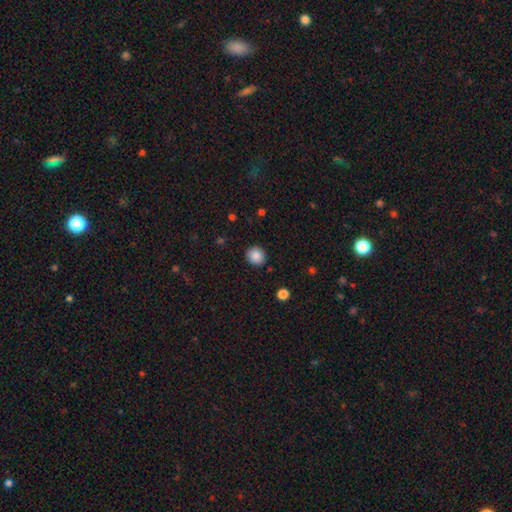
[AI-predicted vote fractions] smooth_or_featured: smooth (p=0.87) [alt: star or artifact p=0.09]
how_rounded: round (p=0.87) [alt: in between p=0.12]
merging: none (p=0.90) [alt: minor disturbance p=0.06]